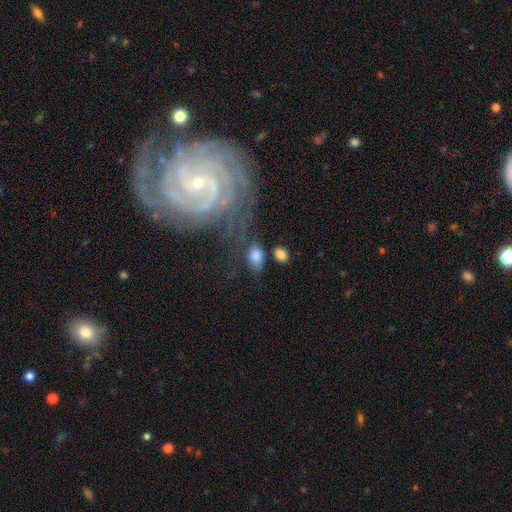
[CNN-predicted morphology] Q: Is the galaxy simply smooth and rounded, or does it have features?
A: smooth — 77%.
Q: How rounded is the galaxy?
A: in between — 82%.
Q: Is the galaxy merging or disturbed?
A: none — 60%.